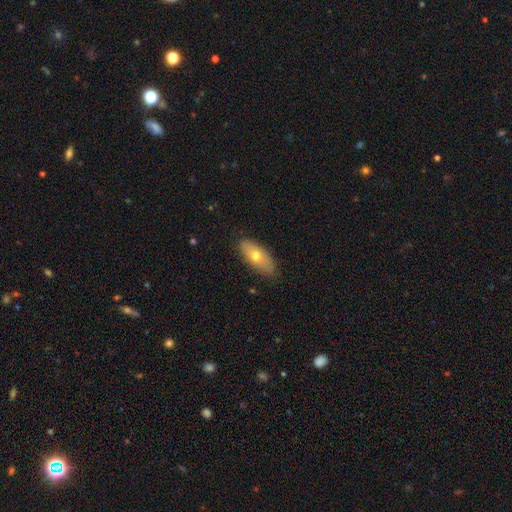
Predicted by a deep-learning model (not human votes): This appears to be a smooth galaxy with no disk features (65%) that is in between round and cigar-shaped (81%). Merging: none (83%).